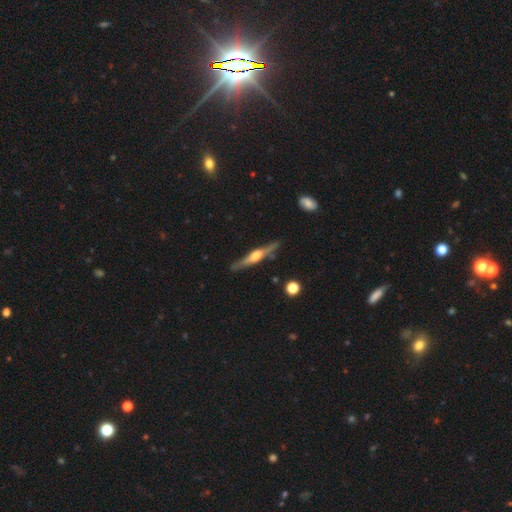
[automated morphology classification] Smooth or featured?
  - featured or disk: 78% *
  - smooth: 17%
  - star or artifact: 5%
Edge-on disk?
  - yes: 98% *
  - no: 2%
Edge-on bulge?
  - rounded: 87% *
  - boxy: 9%
  - none: 4%
Merging?
  - none: 86% *
  - minor disturbance: 10%
  - merger: 2%
  - major disturbance: 2%